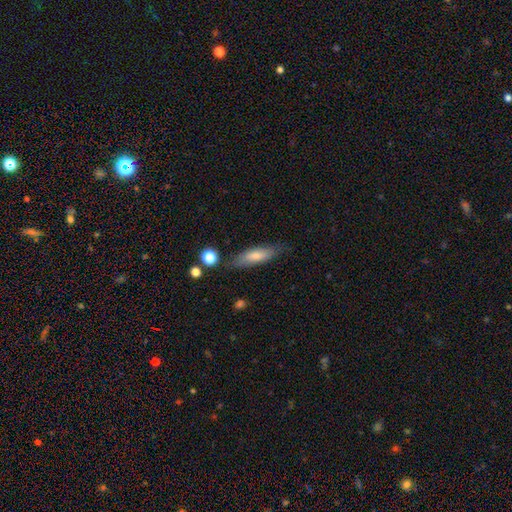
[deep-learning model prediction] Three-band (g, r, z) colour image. It shows a smooth galaxy with no disk features (73%) that is cigar-shaped (54%). Merging: none (76%).